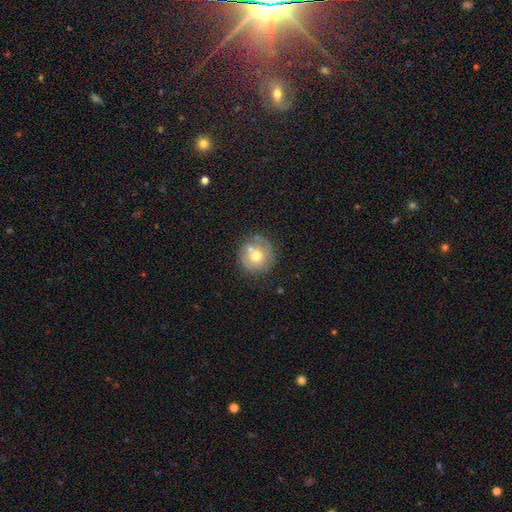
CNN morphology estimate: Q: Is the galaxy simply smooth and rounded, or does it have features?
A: smooth — 60%.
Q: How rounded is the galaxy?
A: round — 92%.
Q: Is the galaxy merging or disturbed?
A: none — 63%.